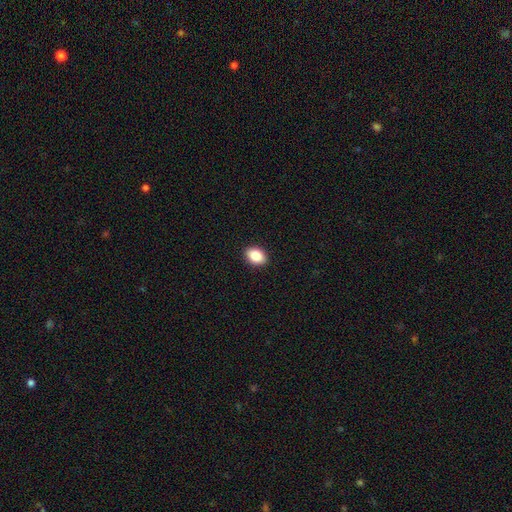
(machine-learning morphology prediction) Smooth or featured? Predicted: smooth (p=0.87). How rounded? Predicted: in between (p=0.79). Merging? Predicted: none (p=0.91).